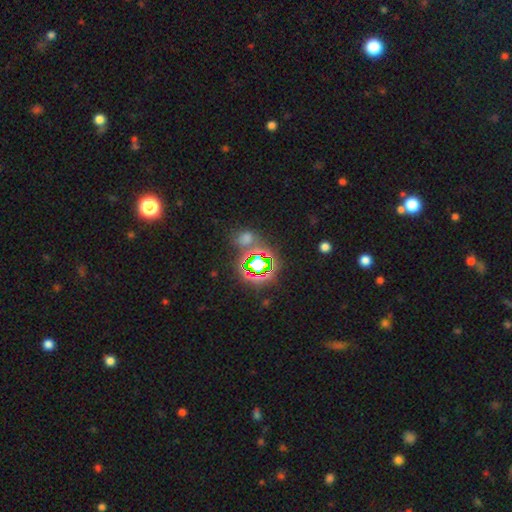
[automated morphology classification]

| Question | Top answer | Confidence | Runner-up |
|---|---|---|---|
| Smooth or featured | star or artifact | 60% | smooth (28%) |